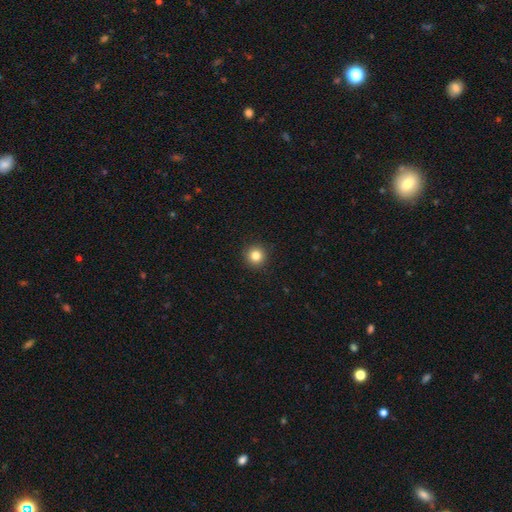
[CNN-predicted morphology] Smooth or featured?
  - smooth: 82% *
  - star or artifact: 12%
  - featured or disk: 6%
How rounded?
  - round: 95% *
  - in between: 4%
  - cigar-shaped: 1%
Merging?
  - none: 93% *
  - minor disturbance: 5%
  - major disturbance: 2%
  - merger: 1%